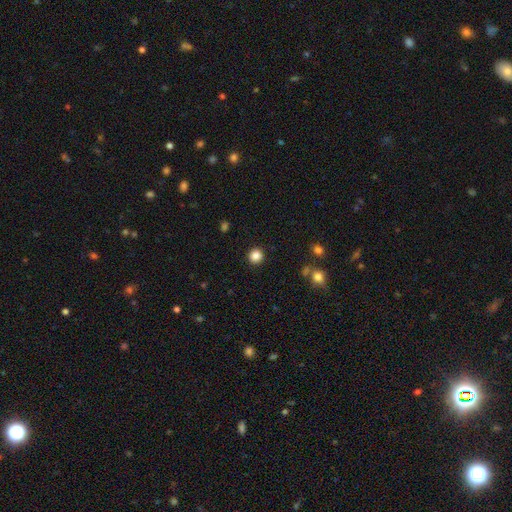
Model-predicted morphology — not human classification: type=smooth (86%); roundness=round (92%); merging=none (92%).